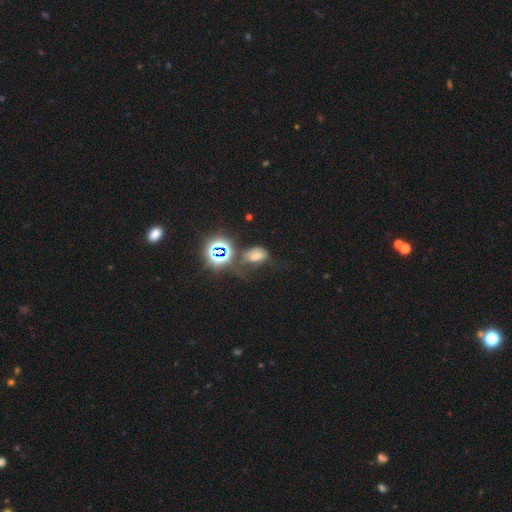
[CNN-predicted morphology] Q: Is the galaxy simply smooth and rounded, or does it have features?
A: smooth — 50%.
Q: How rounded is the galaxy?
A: in between — 83%.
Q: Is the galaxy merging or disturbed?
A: none — 40%.